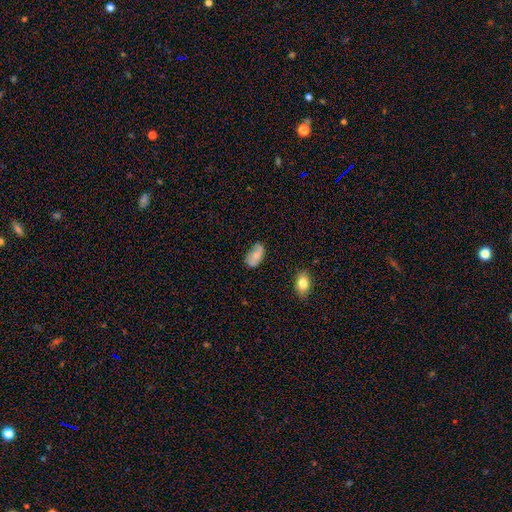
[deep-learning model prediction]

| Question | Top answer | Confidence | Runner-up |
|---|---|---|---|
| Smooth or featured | smooth | 69% | featured or disk (23%) |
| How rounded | in between | 93% | round (5%) |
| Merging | none | 59% | minor disturbance (30%) |